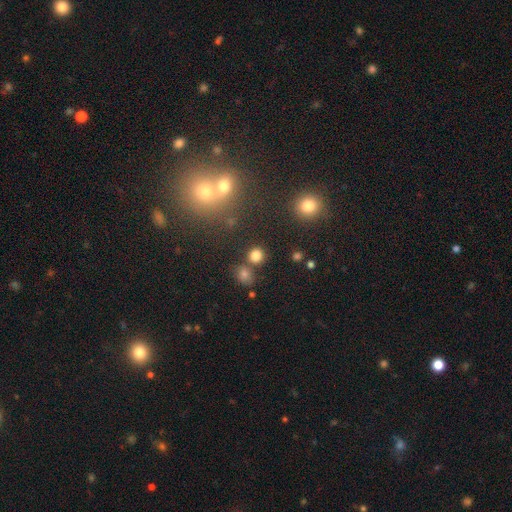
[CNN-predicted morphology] Smooth or featured?
  - smooth: 78% *
  - star or artifact: 16%
  - featured or disk: 6%
How rounded?
  - round: 87% *
  - in between: 12%
  - cigar-shaped: 1%
Merging?
  - none: 76% *
  - merger: 13%
  - minor disturbance: 8%
  - major disturbance: 3%